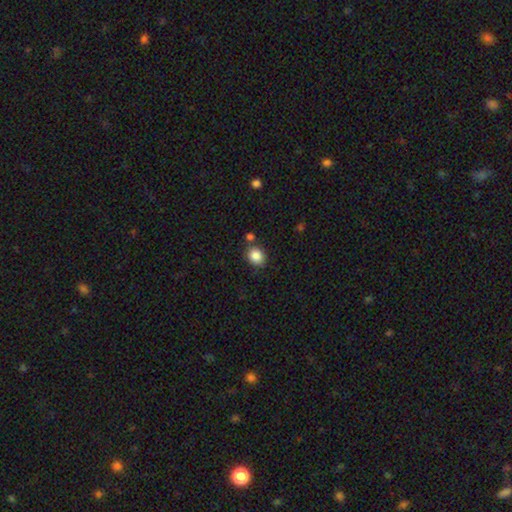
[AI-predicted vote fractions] Smooth or featured? smooth (86%)
How rounded? round (65%)
Merging? none (77%)